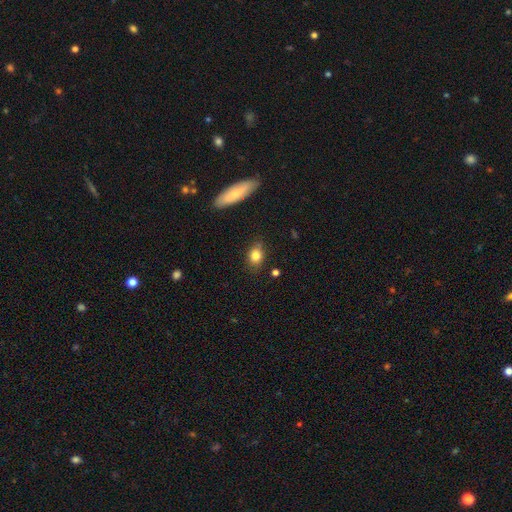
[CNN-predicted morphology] Smooth or featured?
  - smooth: 82% *
  - star or artifact: 10%
  - featured or disk: 9%
How rounded?
  - in between: 56% *
  - round: 41%
  - cigar-shaped: 3%
Merging?
  - none: 77% *
  - minor disturbance: 17%
  - major disturbance: 3%
  - merger: 3%